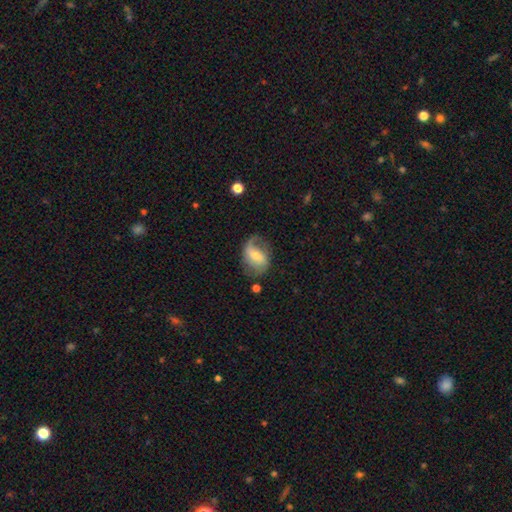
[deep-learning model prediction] featured or disk 66%, smooth 27%, star or artifact 7%. Down the decision tree: edge-on disk — no (96%); bar — weak (42%); spiral arms — yes (86%); spiral arm count — 2 (72%); spiral winding — loose (57%); bulge size — moderate (47%); merging — none (59%).